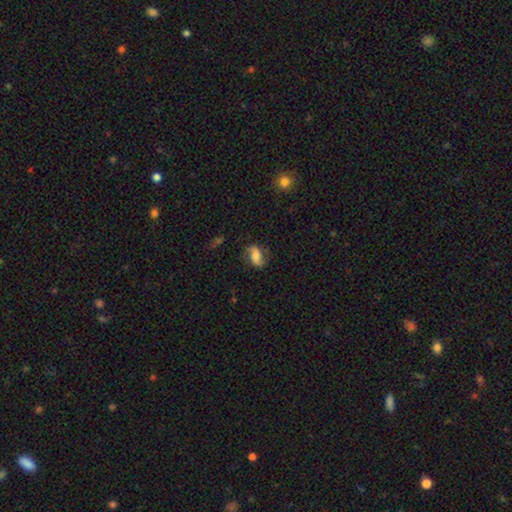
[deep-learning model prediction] Smooth or featured?
  - featured or disk: 52% *
  - smooth: 39%
  - star or artifact: 9%
Edge-on disk?
  - no: 95% *
  - yes: 5%
Merging?
  - none: 71% *
  - minor disturbance: 19%
  - major disturbance: 9%
  - merger: 2%